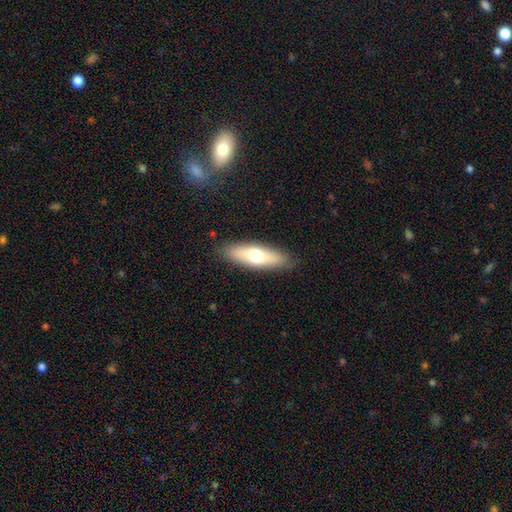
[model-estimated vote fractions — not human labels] smooth-or-featured: smooth: 63% | featured or disk: 31% | star or artifact: 6%
  how-rounded: in between: 50% | cigar-shaped: 48% | round: 3%
  merging: none: 86% | minor disturbance: 10% | major disturbance: 2% | merger: 1%